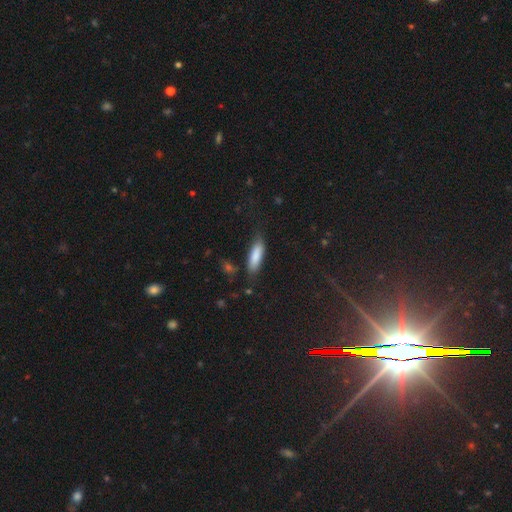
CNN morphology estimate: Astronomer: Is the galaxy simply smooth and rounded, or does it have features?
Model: smooth — 84%.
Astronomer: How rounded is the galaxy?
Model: in between — 51% (runner-up: cigar-shaped, 47%).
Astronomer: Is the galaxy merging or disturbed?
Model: none — 76%.